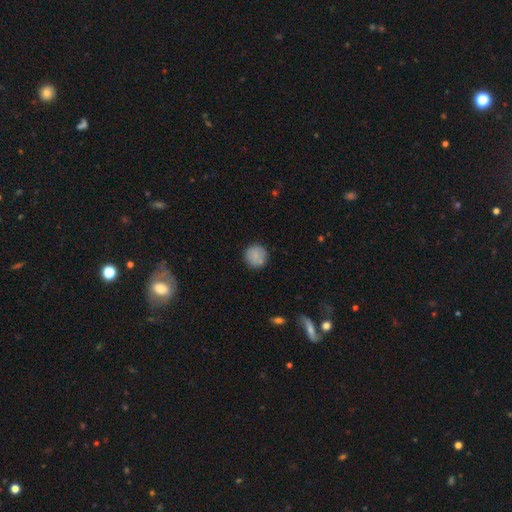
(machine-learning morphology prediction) A smooth galaxy with no disk features (82%) that is round (94%). Merging: none (82%).